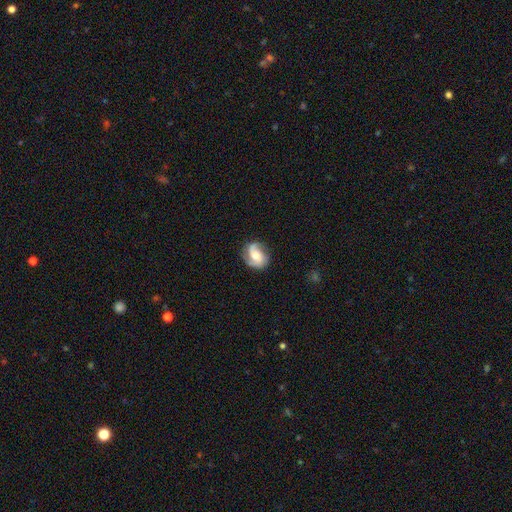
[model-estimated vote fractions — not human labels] This appears to be a featured or disk galaxy (74%) with no bar (51%), 2 (78%) medium (46%) spiral arms (95%) and a moderate central bulge (55%). Merging: none (75%).